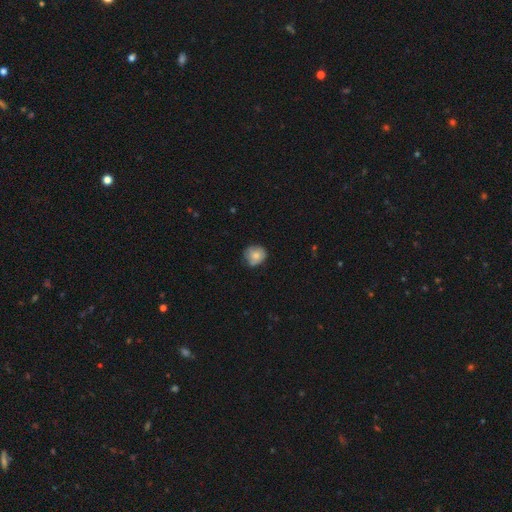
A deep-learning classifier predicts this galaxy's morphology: A smooth galaxy with no disk features (73%) that is round (78%).

Vote fractions:
- Smooth or featured? smooth: 73% / featured or disk: 19% / star or artifact: 8%
- How rounded? round: 78% / in between: 21% / cigar-shaped: 1%
- Merging? none: 61% / minor disturbance: 30% / major disturbance: 7% / merger: 1%